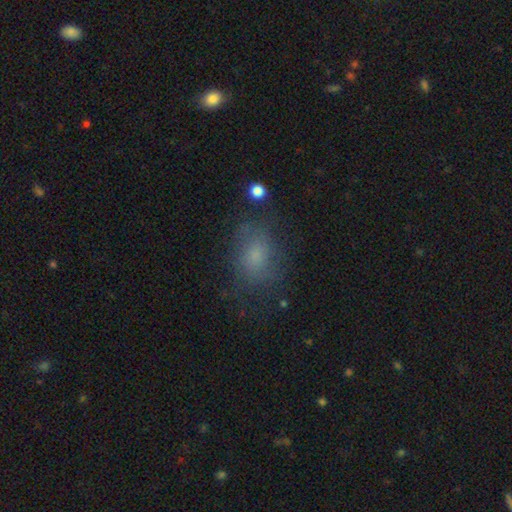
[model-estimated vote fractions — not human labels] smooth 71%, featured or disk 16%, star or artifact 14%. Down the decision tree: how rounded — in between (69%); merging — none (65%).